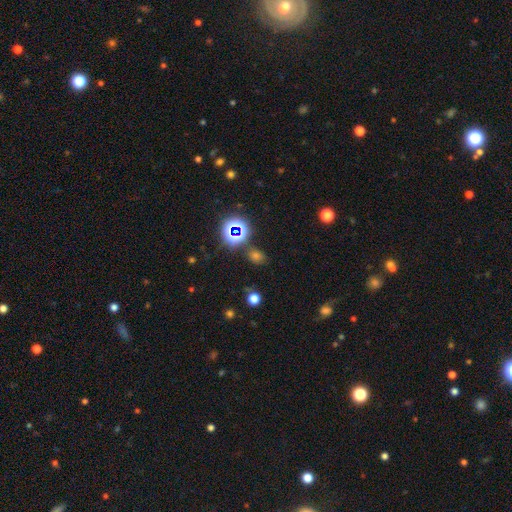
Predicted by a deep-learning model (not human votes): Morphology: type=star or artifact (52%).